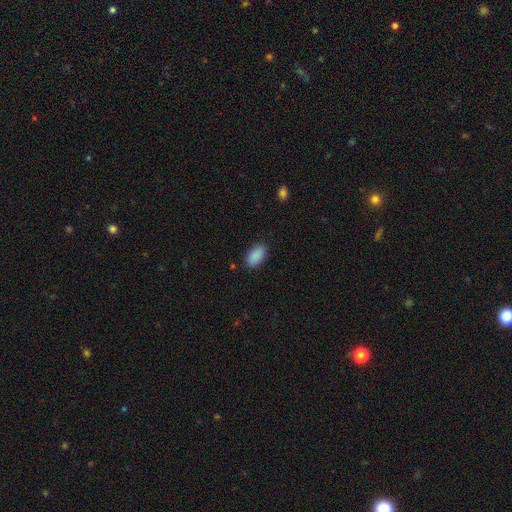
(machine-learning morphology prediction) A smooth galaxy with no disk features (90%) that is in between round and cigar-shaped (94%). Merging: none (88%).